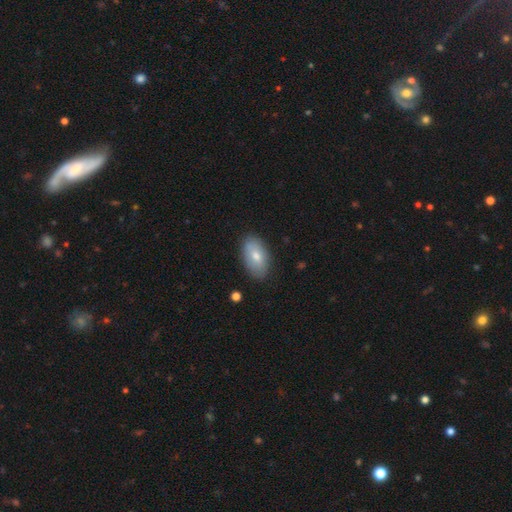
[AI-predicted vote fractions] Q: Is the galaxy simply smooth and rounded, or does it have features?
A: smooth — 75%.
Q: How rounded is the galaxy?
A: in between — 94%.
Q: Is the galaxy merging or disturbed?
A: none — 83%.